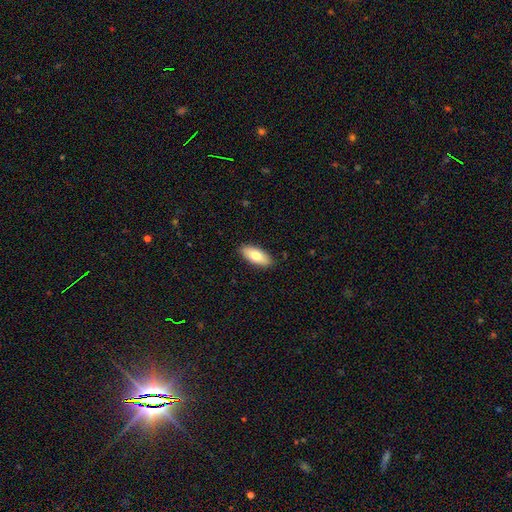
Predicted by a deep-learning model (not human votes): smooth_or_featured: smooth (p=0.75) [alt: featured or disk p=0.19]
how_rounded: in between (p=0.85) [alt: cigar-shaped p=0.12]
merging: none (p=0.89) [alt: minor disturbance p=0.09]